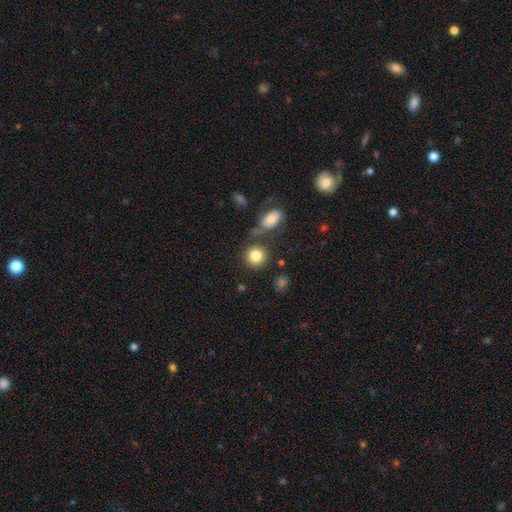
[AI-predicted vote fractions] This is clearly a smooth galaxy (83%). How rounded: clearly round (87%). Merging: likely none (72%).